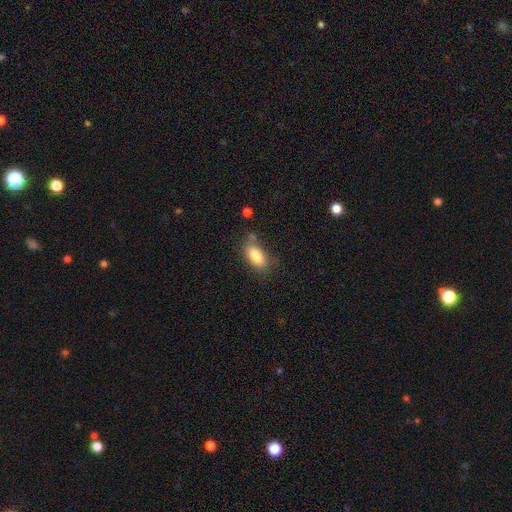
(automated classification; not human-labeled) This appears to be a smooth galaxy with no disk features (84%) that is in between round and cigar-shaped (89%). Merging: none (67%).